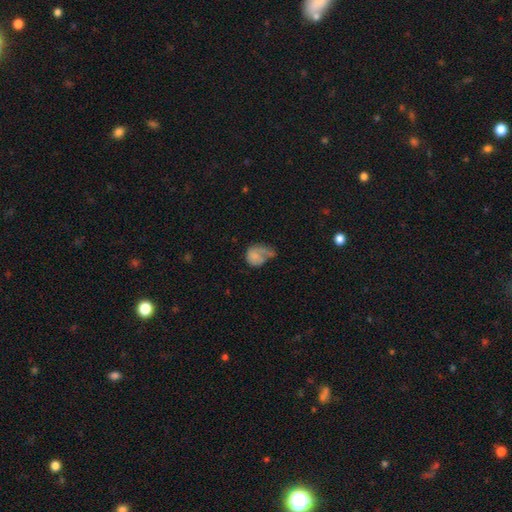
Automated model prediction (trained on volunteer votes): This appears to be a smooth galaxy with no disk features (62%) that is round (52%). Merging: major disturbance (40%).